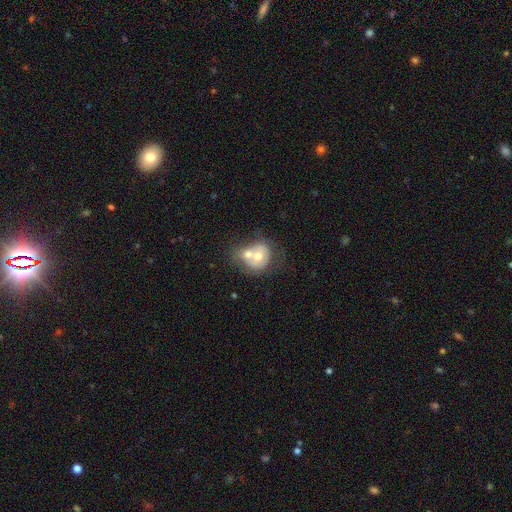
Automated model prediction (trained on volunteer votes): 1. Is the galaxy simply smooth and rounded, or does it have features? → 55% smooth, 38% featured or disk, 7% star or artifact.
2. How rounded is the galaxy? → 62% round, 38% in between, 1% cigar-shaped.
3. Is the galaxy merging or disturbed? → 69% merger, 17% none, 8% minor disturbance, 6% major disturbance.